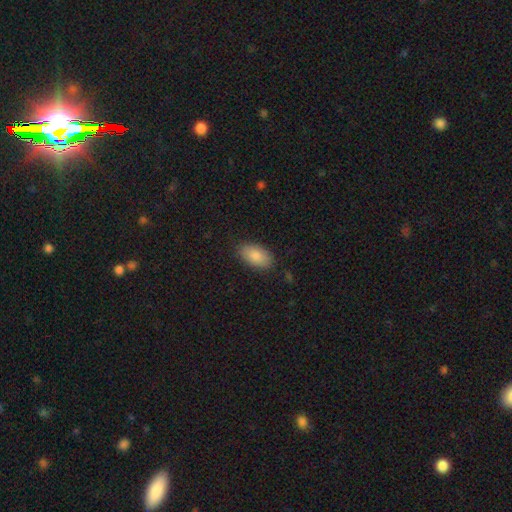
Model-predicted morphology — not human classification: A smooth galaxy with no disk features (86%) that is in between round and cigar-shaped (93%).

Vote fractions:
- Smooth or featured? smooth: 86% / featured or disk: 7% / star or artifact: 7%
- How rounded? in between: 93% / round: 4% / cigar-shaped: 2%
- Merging? none: 85% / minor disturbance: 11% / major disturbance: 3% / merger: 1%